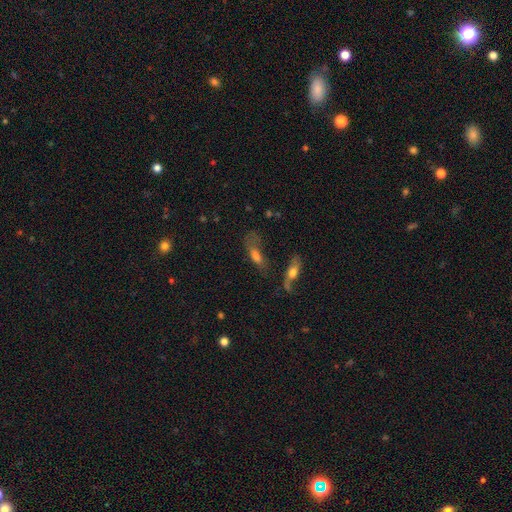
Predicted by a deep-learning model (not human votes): Smooth or featured: smooth — 60% (featured or disk — 27%)
How rounded: in between — 64% (cigar-shaped — 31%)
Merging: none — 34% (major disturbance — 29%)